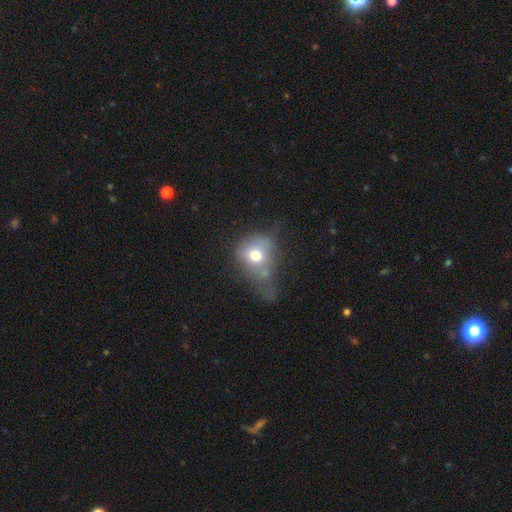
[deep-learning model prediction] Smooth or featured?
  - smooth: 68% *
  - featured or disk: 21%
  - star or artifact: 11%
How rounded?
  - round: 63% *
  - in between: 35%
  - cigar-shaped: 2%
Merging?
  - major disturbance: 36% *
  - minor disturbance: 25%
  - none: 23%
  - merger: 15%